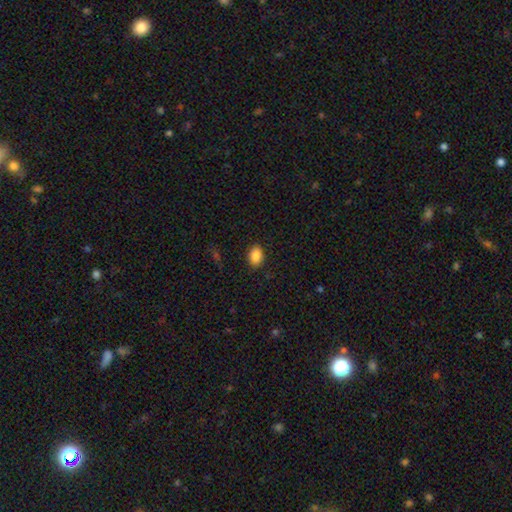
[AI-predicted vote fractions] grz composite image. It shows a smooth galaxy with no disk features (88%) that is in between round and cigar-shaped (83%). Merging: none (87%).